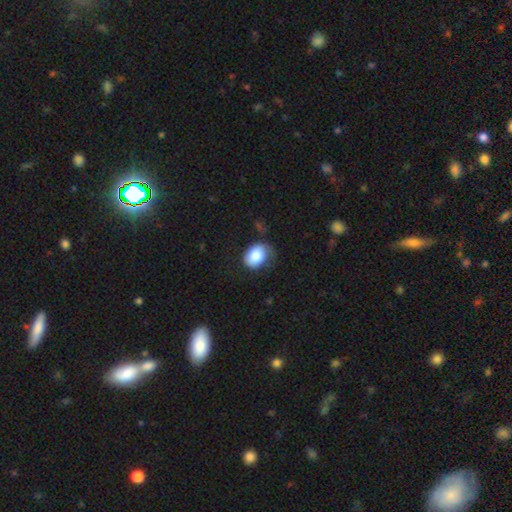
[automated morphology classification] This appears to be a smooth galaxy with no disk features (84%) that is in between round and cigar-shaped (67%). Merging: none (49%).